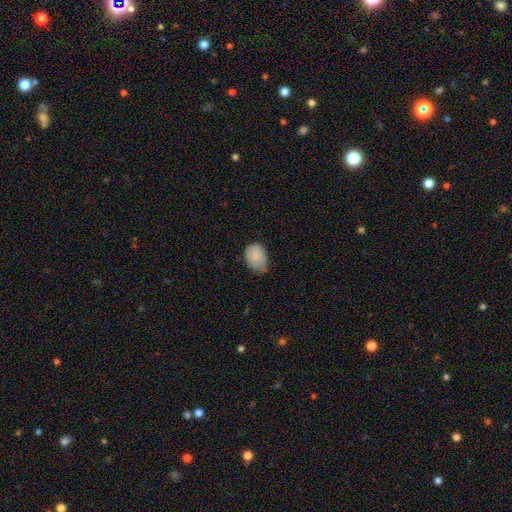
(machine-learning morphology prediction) Q: Smooth or featured?
A: smooth (86%); runner-up: star or artifact (8%)
Q: How rounded?
A: in between (74%); runner-up: round (25%)
Q: Merging?
A: minor disturbance (50%); runner-up: none (39%)